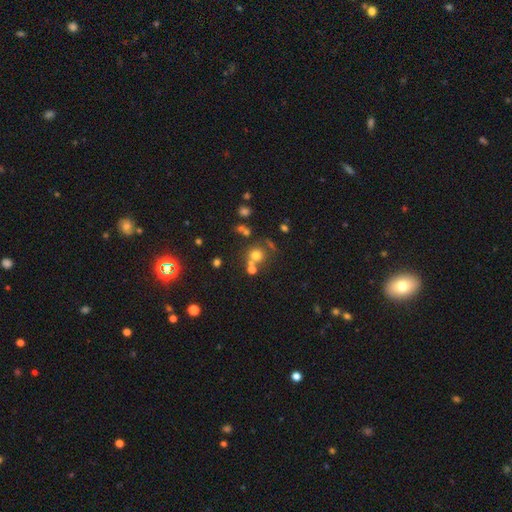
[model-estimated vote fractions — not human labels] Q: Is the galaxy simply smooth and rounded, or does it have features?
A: smooth — 65%.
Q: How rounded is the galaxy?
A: round — 87%.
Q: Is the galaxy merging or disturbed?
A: none — 56%.